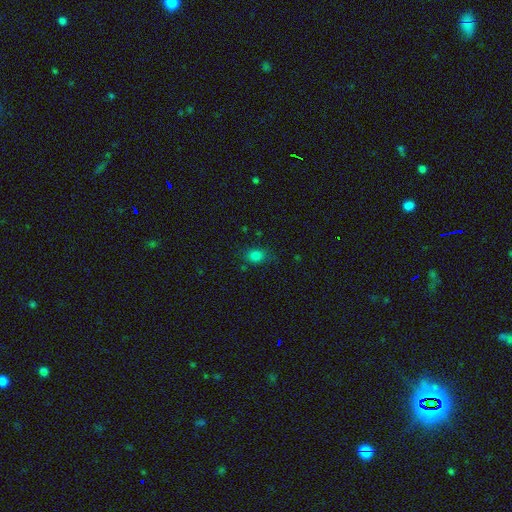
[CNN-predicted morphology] This appears to be a smooth galaxy with no disk features (80%) that is in between round and cigar-shaped (55%). Merging: none (76%).